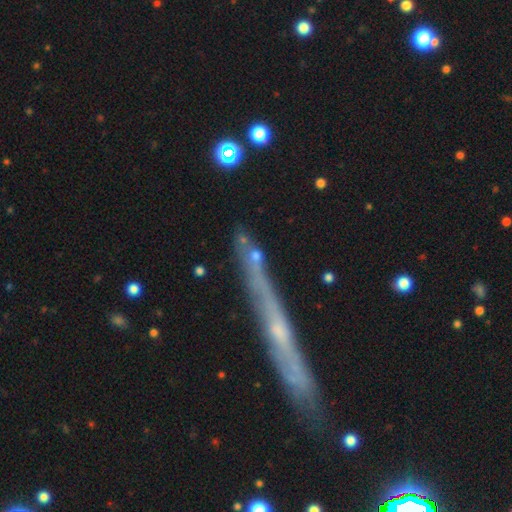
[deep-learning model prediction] Smooth or featured? smooth (43%)
Merging? none (56%)